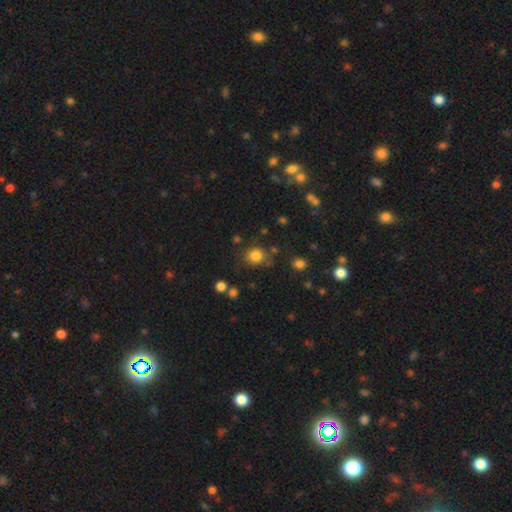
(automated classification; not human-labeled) This appears to be a smooth galaxy with no disk features (81%) that is round (78%). Merging: none (76%).